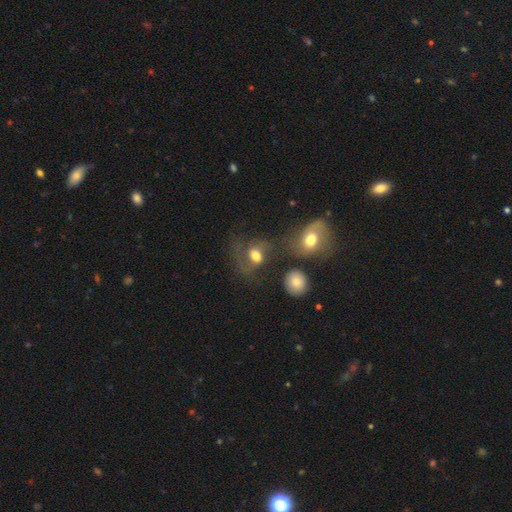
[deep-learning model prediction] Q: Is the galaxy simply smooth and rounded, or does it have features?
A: smooth — 54%.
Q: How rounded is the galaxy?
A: in between — 53%.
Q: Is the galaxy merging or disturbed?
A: none — 34%.